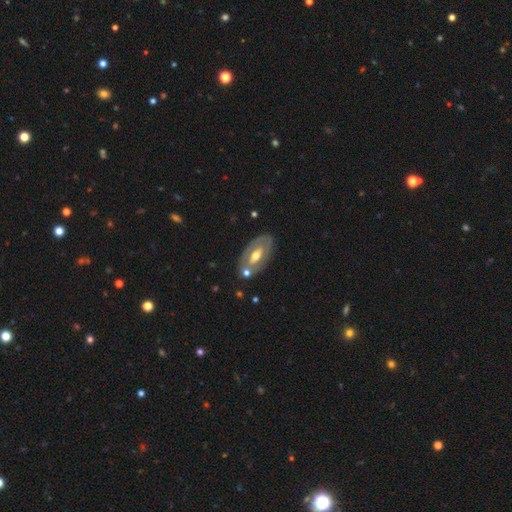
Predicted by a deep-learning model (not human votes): smooth-or-featured: featured or disk: 62% | smooth: 33% | star or artifact: 5%
  disk-edge-on: no: 87% | yes: 13%
    bar: no: 54% | weak: 29% | strong: 18%
    has-spiral-arms: no: 73% | yes: 27%
    bulge-size: moderate: 71% | small: 16% | large: 10% | none: 1% | dominant: 1%
  merging: none: 73% | minor disturbance: 15% | merger: 7% | major disturbance: 5%